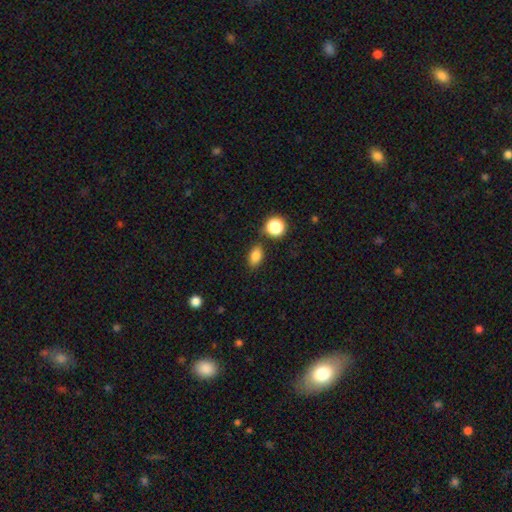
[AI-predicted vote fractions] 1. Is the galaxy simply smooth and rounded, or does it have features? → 83% smooth, 12% star or artifact, 6% featured or disk.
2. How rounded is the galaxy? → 82% in between, 16% round, 3% cigar-shaped.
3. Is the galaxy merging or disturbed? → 78% none, 12% minor disturbance, 6% merger, 3% major disturbance.